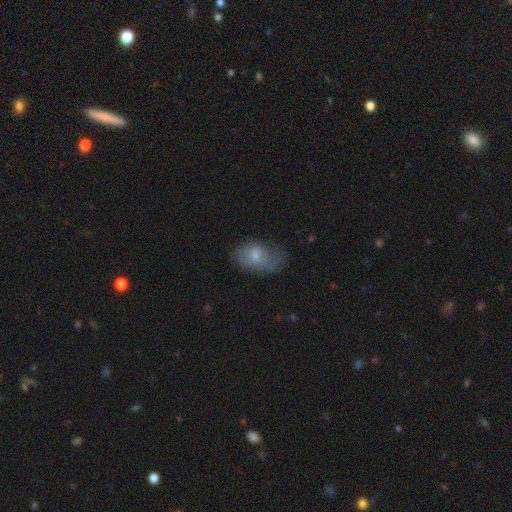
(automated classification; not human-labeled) A smooth galaxy with no disk features (64%) that is in between round and cigar-shaped (88%).

Vote fractions:
- Smooth or featured? smooth: 64% / featured or disk: 28% / star or artifact: 9%
- How rounded? in between: 88% / round: 10% / cigar-shaped: 2%
- Merging? none: 45% / minor disturbance: 32% / major disturbance: 21% / merger: 2%